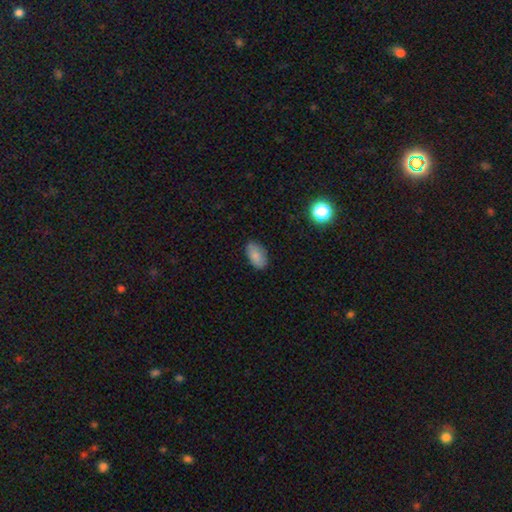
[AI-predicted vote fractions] Overall: smooth (83%). How rounded: in between (93%). Merging: none (82%).